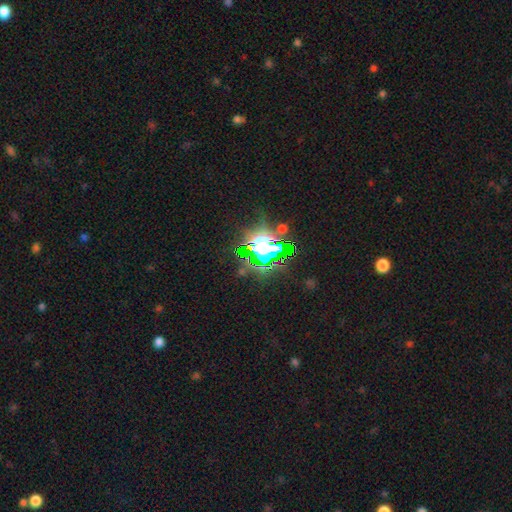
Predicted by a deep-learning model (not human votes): Smooth or featured?
  - star or artifact: 80% *
  - smooth: 11%
  - featured or disk: 10%